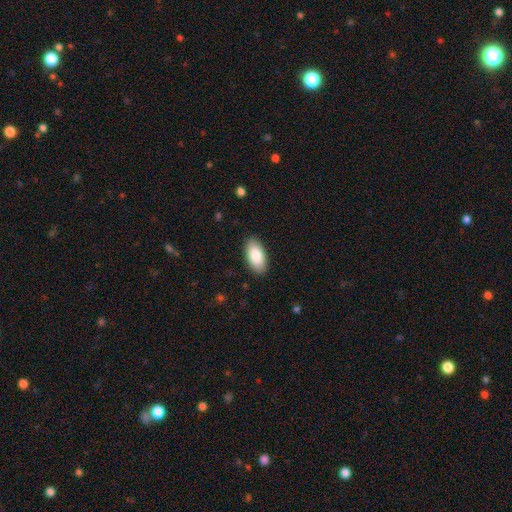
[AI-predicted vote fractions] Smooth or featured?
  - smooth: 85% *
  - featured or disk: 9%
  - star or artifact: 6%
How rounded?
  - in between: 93% *
  - cigar-shaped: 5%
  - round: 2%
Merging?
  - none: 88% *
  - minor disturbance: 9%
  - major disturbance: 2%
  - merger: 1%